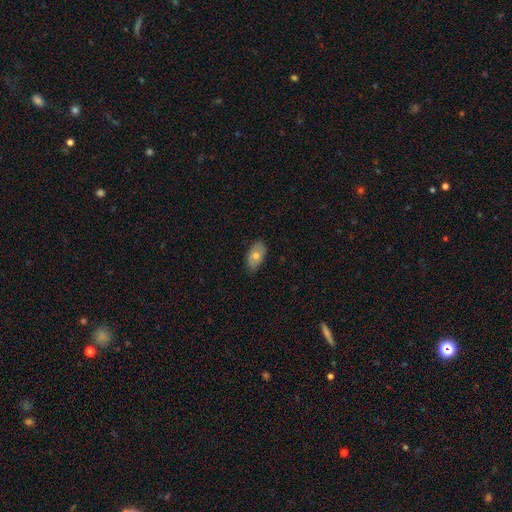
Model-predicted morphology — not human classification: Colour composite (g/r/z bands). It shows a smooth galaxy with no disk features (70%) that is in between round and cigar-shaped (92%). Merging: none (80%).